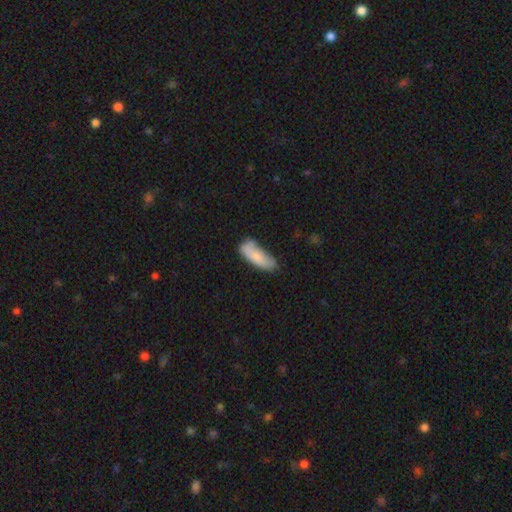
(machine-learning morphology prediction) smooth-or-featured: smooth: 78% | featured or disk: 15% | star or artifact: 7%
  how-rounded: in between: 65% | cigar-shaped: 33% | round: 2%
  merging: none: 53% | minor disturbance: 31% | major disturbance: 9% | merger: 7%